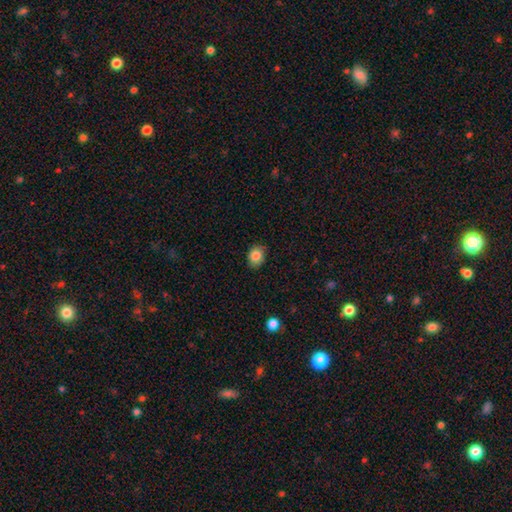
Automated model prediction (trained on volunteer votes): A smooth galaxy with no disk features (85%) that is round (50%). Merging: none (82%).